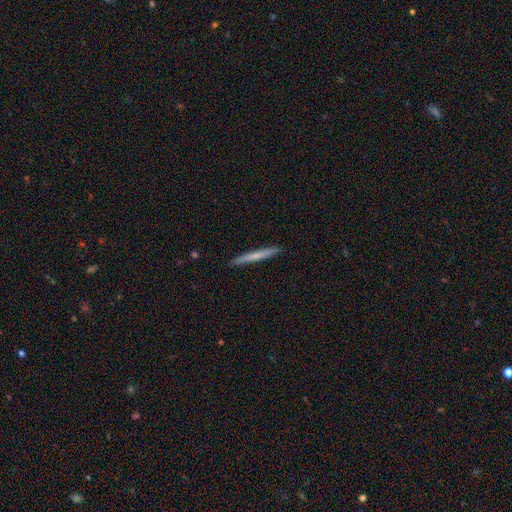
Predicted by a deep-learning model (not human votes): A smooth galaxy with no disk features (58%) that is cigar-shaped (97%).

Vote fractions:
- Smooth or featured? smooth: 58% / featured or disk: 37% / star or artifact: 6%
- How rounded? cigar-shaped: 97% / in between: 2% / round: 1%
- Merging? none: 91% / minor disturbance: 6% / major disturbance: 1% / merger: 1%